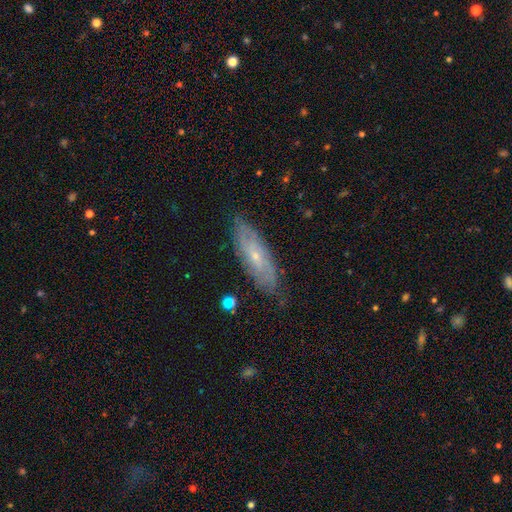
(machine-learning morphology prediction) featured or disk 63%, smooth 29%, star or artifact 8%. Down the decision tree: edge-on disk — no (75%); merging — none (79%).